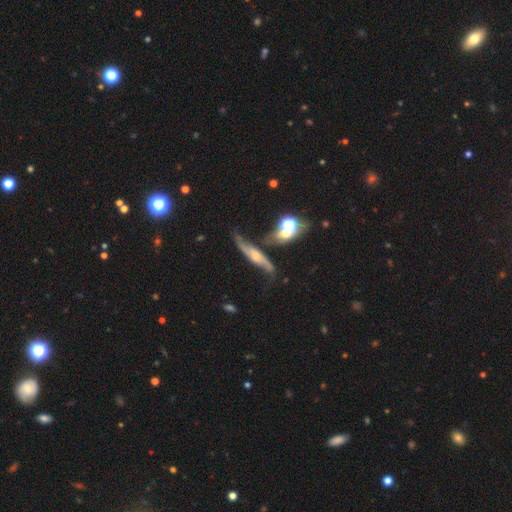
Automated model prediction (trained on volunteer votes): A featured or disk galaxy (78%) with no bar (58%), 2 (89%) loose (82%) spiral arms (92%) and a small central bulge (50%).

Vote fractions:
- Smooth or featured? featured or disk: 78% / smooth: 14% / star or artifact: 9%
- Edge-on disk? no: 72% / yes: 28%
- Bar? no: 58% / weak: 27% / strong: 15%
- Spiral arms? yes: 92% / no: 8%
- Spiral winding? loose: 82% / medium: 13% / tight: 5%
- Spiral arm count? 2: 89% / can't tell: 5% / 1: 3% / 3: 1% / 4: 1% / more than 4: 1%
- Bulge size? small: 50% / moderate: 39% / none: 6% / large: 4% / dominant: 2%
- Merging? none: 50% / minor disturbance: 24% / major disturbance: 16% / merger: 11%